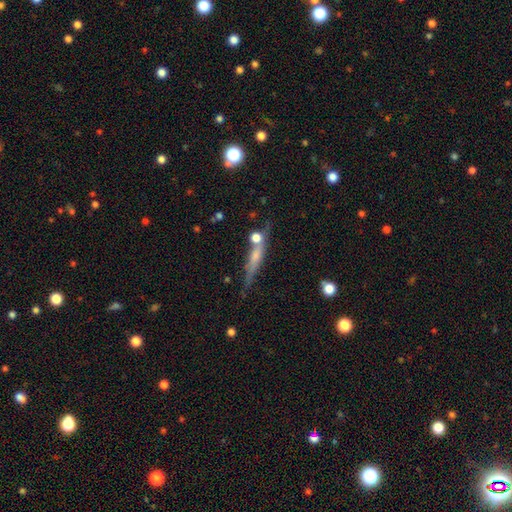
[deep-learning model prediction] Smooth or featured? featured or disk (52%)
Edge-on disk? yes (89%)
Merging? none (61%)